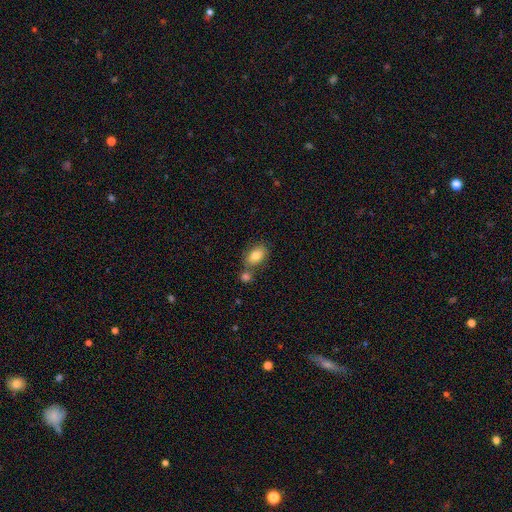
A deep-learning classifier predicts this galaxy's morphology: smooth_or_featured: smooth (p=0.81) [alt: featured or disk p=0.11]
how_rounded: in between (p=0.87) [alt: round p=0.11]
merging: none (p=0.60) [alt: merger p=0.24]